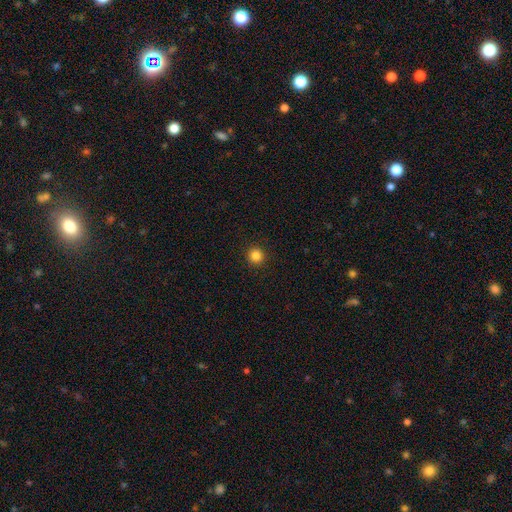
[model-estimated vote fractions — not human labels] smooth-or-featured: smooth: 84% | star or artifact: 12% | featured or disk: 4%
  how-rounded: round: 96% | in between: 3% | cigar-shaped: 1%
  merging: none: 93% | minor disturbance: 4% | major disturbance: 2% | merger: 1%